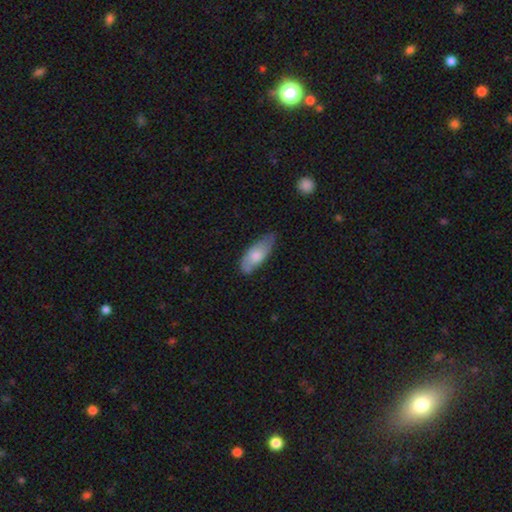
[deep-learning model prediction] Q: Smooth or featured?
A: smooth (69%); runner-up: featured or disk (25%)
Q: How rounded?
A: in between (78%); runner-up: cigar-shaped (20%)
Q: Merging?
A: none (60%); runner-up: minor disturbance (33%)